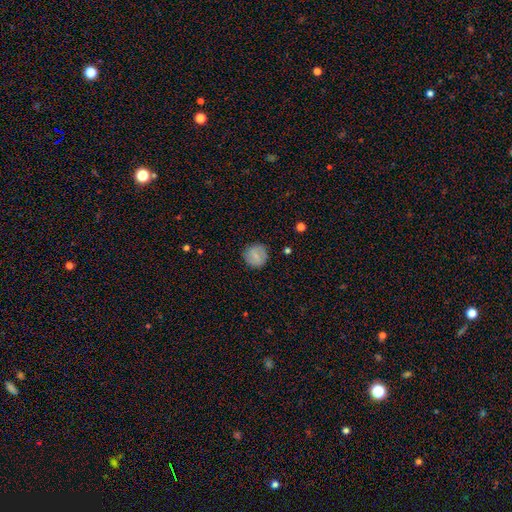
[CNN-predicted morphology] This is likely a smooth galaxy (74%). How rounded: clearly round (92%). Merging: clearly none (86%).